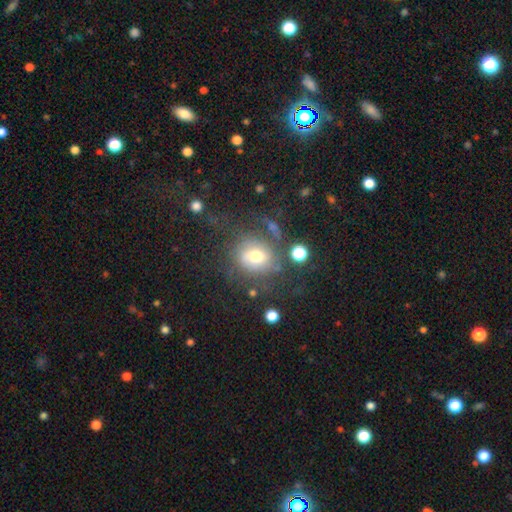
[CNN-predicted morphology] Smooth or featured? smooth (54%)
How rounded? round (73%)
Merging? none (54%)